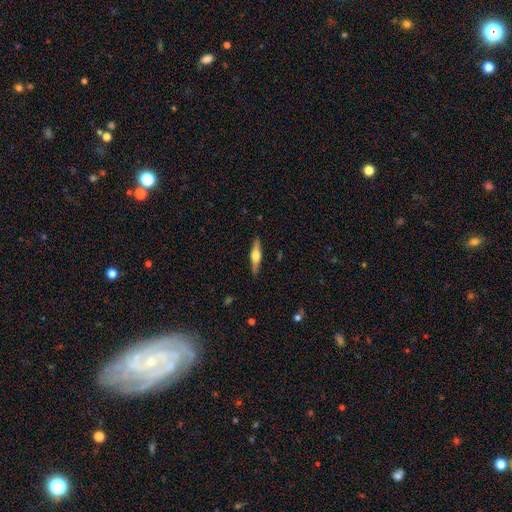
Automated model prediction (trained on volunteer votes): Smooth or featured: featured or disk — 50% (smooth — 44%)
Edge-on disk: yes — 93% (no — 7%)
Merging: none — 88% (minor disturbance — 9%)